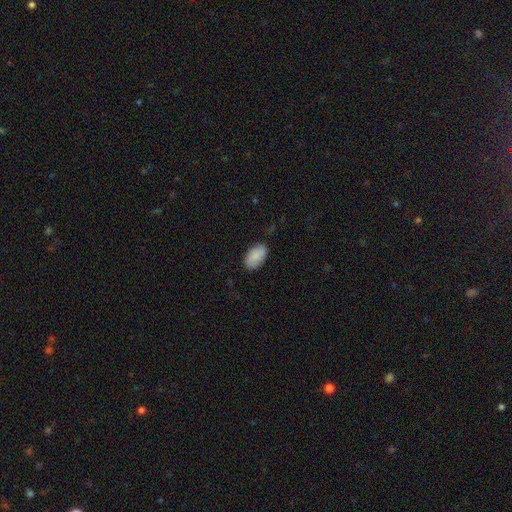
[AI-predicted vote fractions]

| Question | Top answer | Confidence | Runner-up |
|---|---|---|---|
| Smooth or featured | smooth | 87% | featured or disk (7%) |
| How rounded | in between | 94% | round (4%) |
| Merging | none | 83% | minor disturbance (13%) |